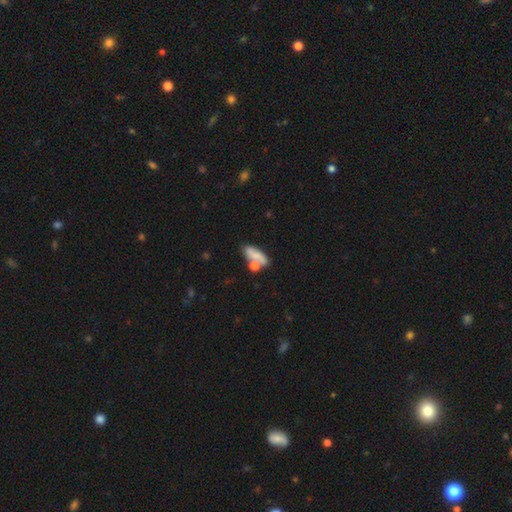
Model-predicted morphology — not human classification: type=smooth (65%); roundness=in between (69%); merging=none (40%).